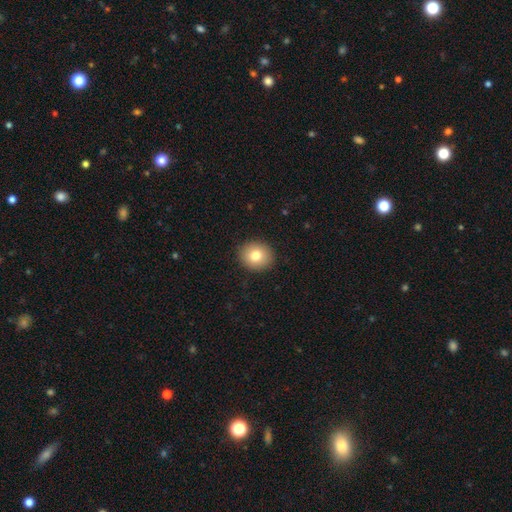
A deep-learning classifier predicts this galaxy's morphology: The model was most divided on "how rounded": round: 82%, in between: 17%, cigar-shaped: 1%. More confident: merging — none (91%); smooth or featured — smooth (78%).